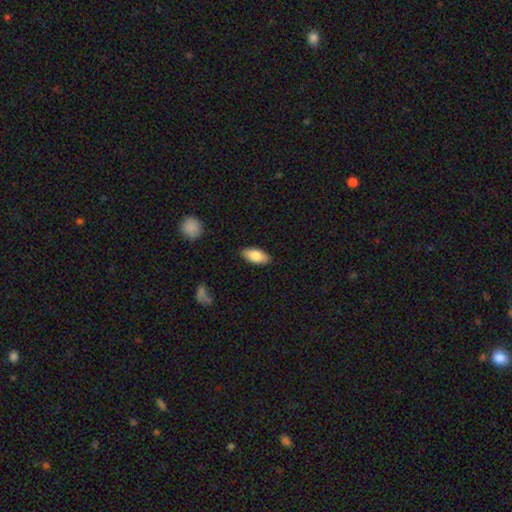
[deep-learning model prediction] smooth_or_featured: smooth (p=0.81) [alt: featured or disk p=0.12]
how_rounded: in between (p=0.89) [alt: cigar-shaped p=0.08]
merging: none (p=0.87) [alt: minor disturbance p=0.09]